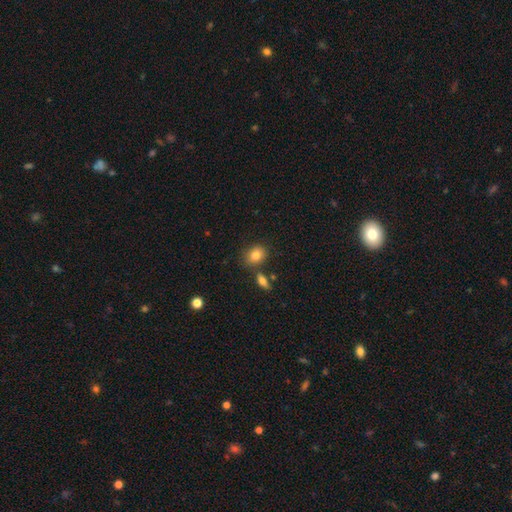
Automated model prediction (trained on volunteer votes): Overall: smooth (83%). How rounded: in between (59%; round 39%). Merging: none (73%).